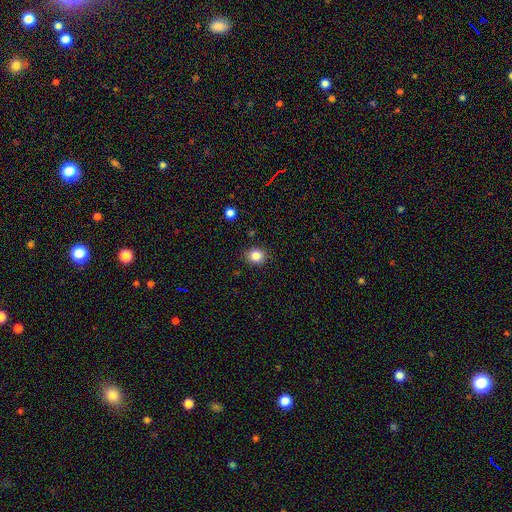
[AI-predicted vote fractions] Smooth or featured? smooth (84%)
How rounded? round (78%)
Merging? none (88%)